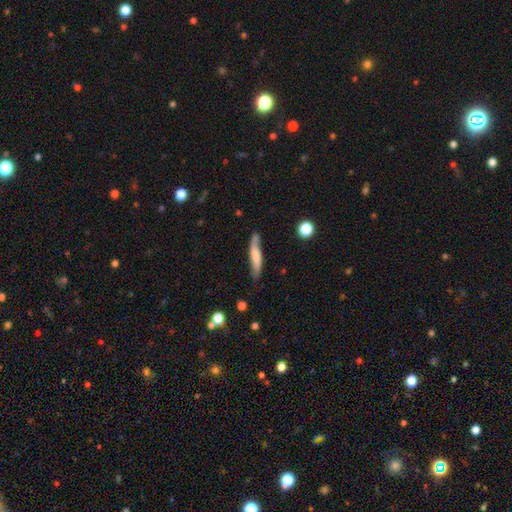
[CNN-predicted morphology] This appears to be a smooth galaxy with no disk features (57%) that is cigar-shaped (83%). Merging: none (69%).